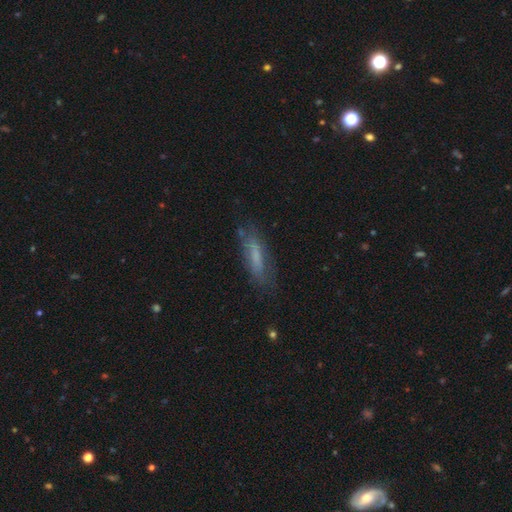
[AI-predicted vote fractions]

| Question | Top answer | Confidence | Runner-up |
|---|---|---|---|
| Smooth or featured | smooth | 55% | featured or disk (36%) |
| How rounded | cigar-shaped | 66% | in between (33%) |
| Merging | none | 71% | minor disturbance (19%) |